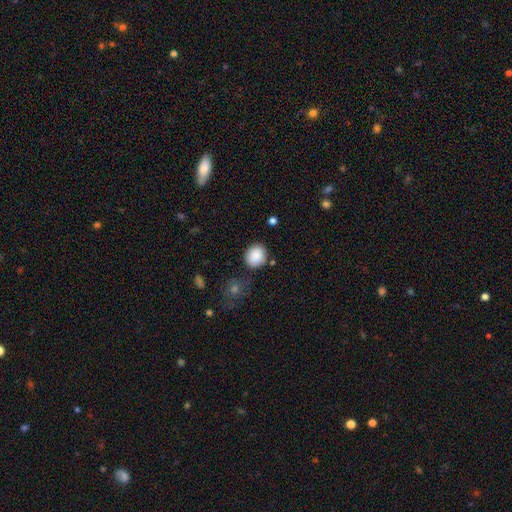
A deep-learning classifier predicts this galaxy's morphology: This is clearly a smooth galaxy (88%). How rounded: likely round (73%). Merging: likely none (78%).